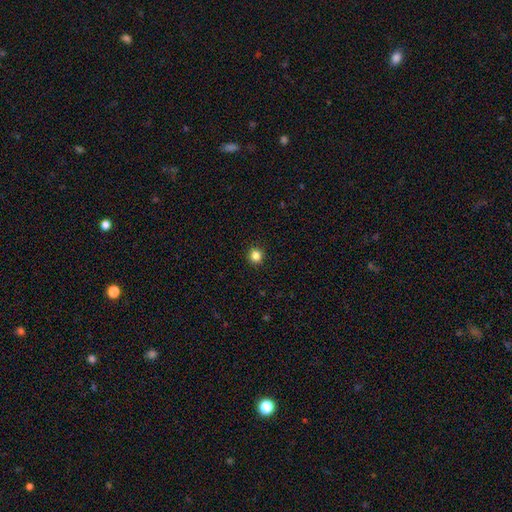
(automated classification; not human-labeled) smooth-or-featured: smooth: 84% | star or artifact: 12% | featured or disk: 4%
  how-rounded: round: 94% | in between: 5% | cigar-shaped: 1%
  merging: none: 93% | minor disturbance: 4% | major disturbance: 1% | merger: 1%